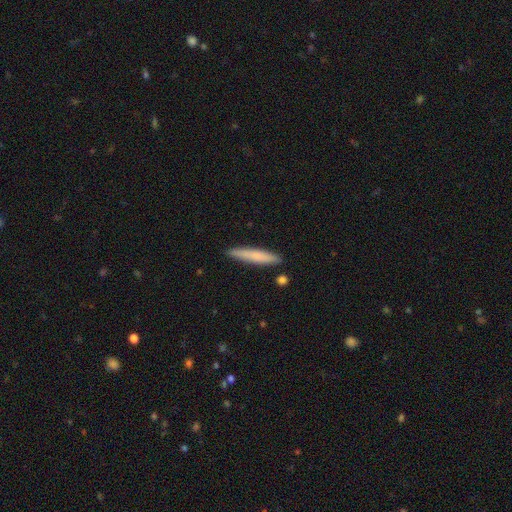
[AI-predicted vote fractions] A smooth galaxy with no disk features (73%) that is cigar-shaped (93%).

Vote fractions:
- Smooth or featured? smooth: 73% / featured or disk: 21% / star or artifact: 6%
- How rounded? cigar-shaped: 93% / in between: 6% / round: 1%
- Merging? none: 88% / minor disturbance: 8% / merger: 2% / major disturbance: 2%